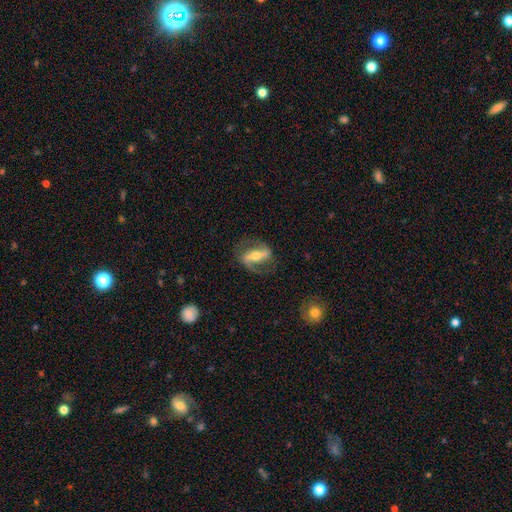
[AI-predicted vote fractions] Smooth or featured: featured or disk — 75% (smooth — 18%)
Edge-on disk: no — 83% (yes — 17%)
Bar: strong — 68% (weak — 19%)
Spiral arms: yes — 82% (no — 18%)
Spiral winding: loose — 40% (tied with medium — 40%)
Spiral arm count: 2 — 85% (1 — 6%)
Bulge size: moderate — 63% (small — 28%)
Merging: none — 73% (minor disturbance — 16%)